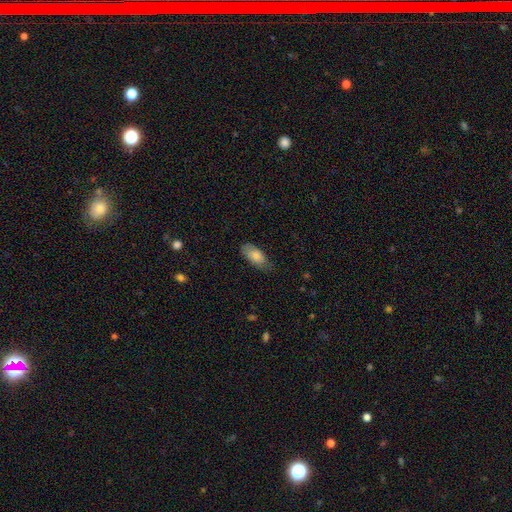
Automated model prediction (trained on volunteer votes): The model was most divided on "merging": none: 67%, minor disturbance: 27%, major disturbance: 5%, merger: 1%. More confident: how rounded — in between (90%); smooth or featured — smooth (81%).